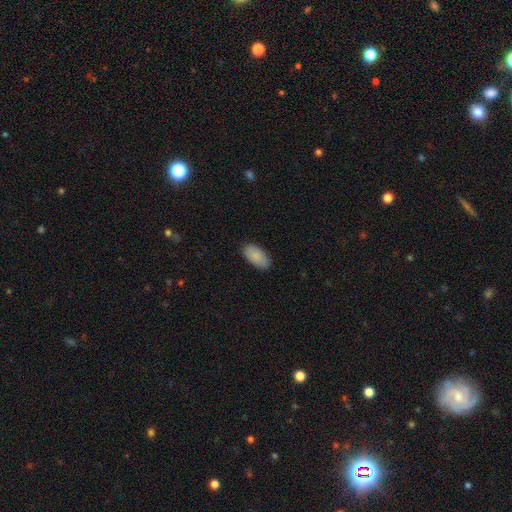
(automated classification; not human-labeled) The model was most divided on "merging": none: 86%, minor disturbance: 11%, major disturbance: 2%, merger: 1%. More confident: how rounded — in between (95%); smooth or featured — smooth (87%).